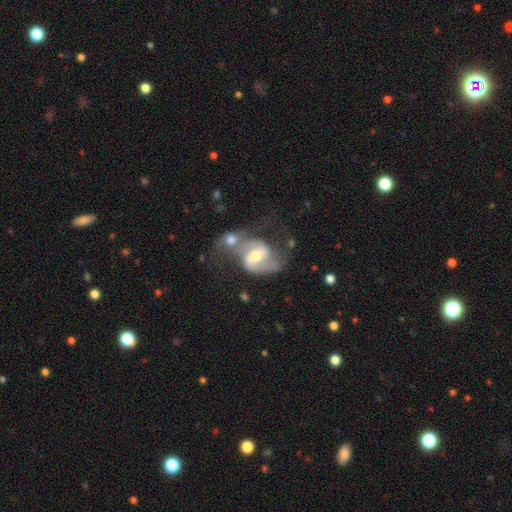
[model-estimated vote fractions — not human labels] smooth-or-featured: featured or disk: 80% | smooth: 14% | star or artifact: 6%
  disk-edge-on: no: 97% | yes: 3%
    bar: weak: 49% | strong: 32% | no: 19%
    has-spiral-arms: yes: 91% | no: 9%
      spiral-winding: medium: 47% | loose: 39% | tight: 14%
      spiral-arm-count: 2: 86% | can't tell: 7% | 1: 4% | 3: 1% | 4: 1% | more than 4: 1%
    bulge-size: moderate: 63% | small: 27% | large: 7% | none: 2% | dominant: 1%
  merging: merger: 47% | none: 27% | major disturbance: 13% | minor disturbance: 12%